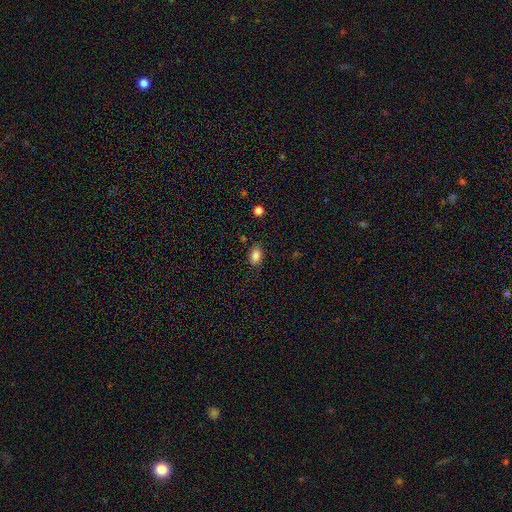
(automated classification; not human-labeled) A smooth galaxy with no disk features (86%) that is in between round and cigar-shaped (87%).

Vote fractions:
- Smooth or featured? smooth: 86% / star or artifact: 9% / featured or disk: 5%
- How rounded? in between: 87% / round: 11% / cigar-shaped: 2%
- Merging? none: 84% / minor disturbance: 12% / major disturbance: 3% / merger: 2%